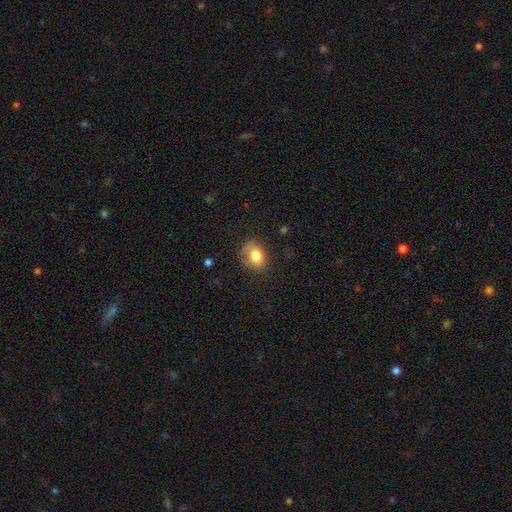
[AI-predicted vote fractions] Smooth or featured?
  - smooth: 80% *
  - featured or disk: 11%
  - star or artifact: 9%
How rounded?
  - in between: 51% *
  - round: 48%
  - cigar-shaped: 1%
Merging?
  - none: 61% *
  - minor disturbance: 27%
  - major disturbance: 10%
  - merger: 2%